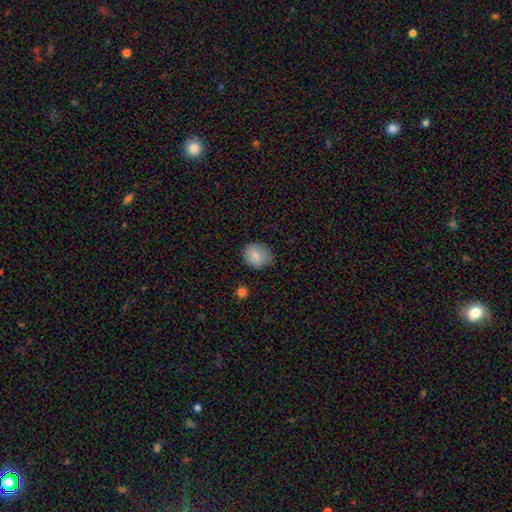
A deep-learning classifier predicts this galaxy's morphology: type=smooth (84%); roundness=round (51%); merging=none (73%).